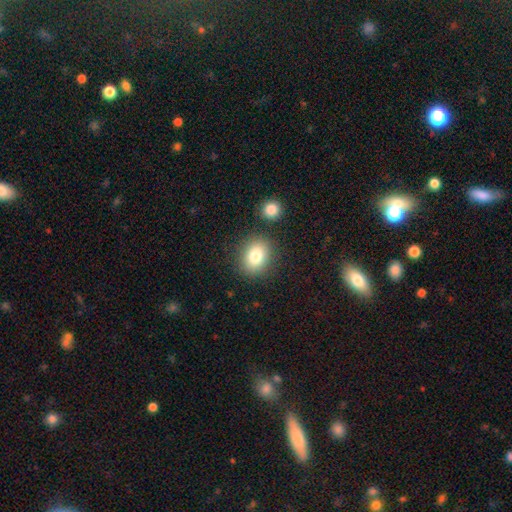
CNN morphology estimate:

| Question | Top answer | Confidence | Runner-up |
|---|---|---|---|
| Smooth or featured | smooth | 82% | star or artifact (10%) |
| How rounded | round | 52% | in between (47%) |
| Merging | none | 81% | minor disturbance (9%) |